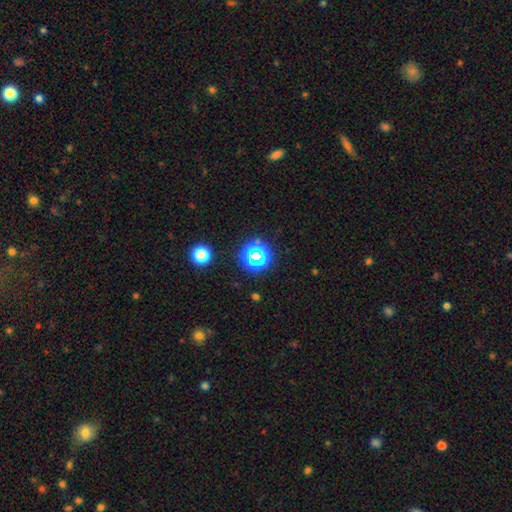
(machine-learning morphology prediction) smooth-or-featured: star or artifact: 63% | smooth: 27% | featured or disk: 11%